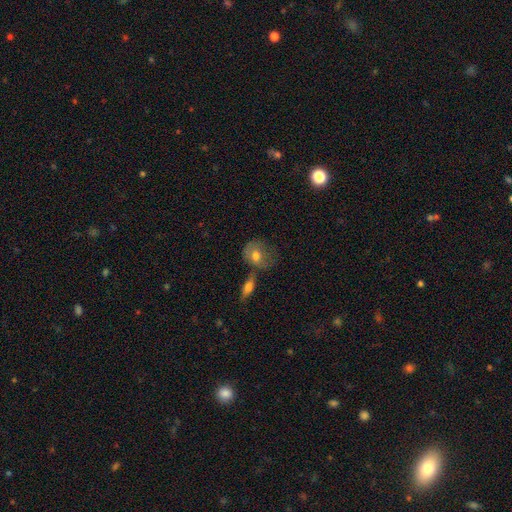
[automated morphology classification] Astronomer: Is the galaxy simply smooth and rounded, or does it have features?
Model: smooth — 65%.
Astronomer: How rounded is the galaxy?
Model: round — 53% (runner-up: in between, 45%).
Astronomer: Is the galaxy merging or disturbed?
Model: none — 44% (runner-up: merger, 23%).